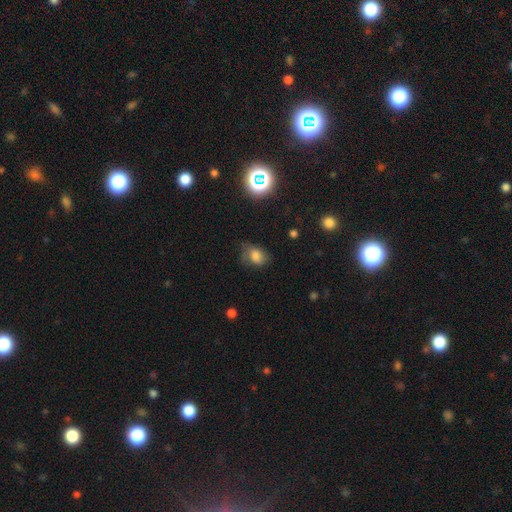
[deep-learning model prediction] Smooth or featured? Predicted: smooth (p=0.70). How rounded? Predicted: in between (p=0.69). Merging? Predicted: none (p=0.50).